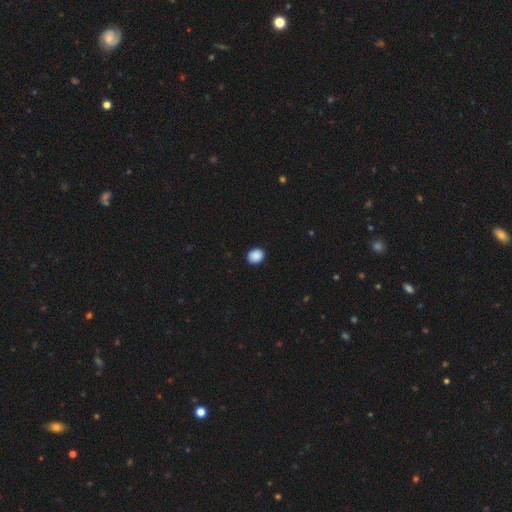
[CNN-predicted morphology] Q: Smooth or featured?
A: smooth (90%); runner-up: star or artifact (8%)
Q: How rounded?
A: round (55%); runner-up: in between (44%)
Q: Merging?
A: none (91%); runner-up: minor disturbance (7%)